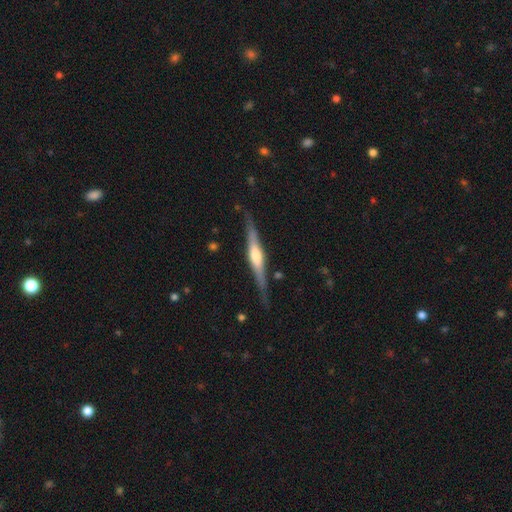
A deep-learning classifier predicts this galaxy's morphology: Smooth or featured? Predicted: featured or disk (p=0.72). Edge-on disk? Predicted: yes (p=0.97). Edge-on bulge? Predicted: rounded (p=0.76). Merging? Predicted: none (p=0.82).